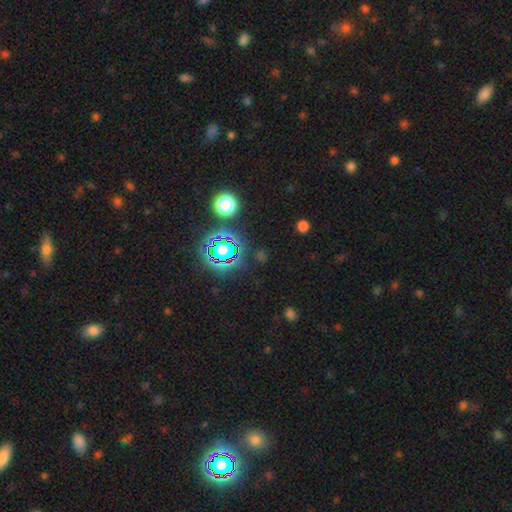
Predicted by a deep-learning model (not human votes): This appears to be a star or artifact, not a galaxy (76%).